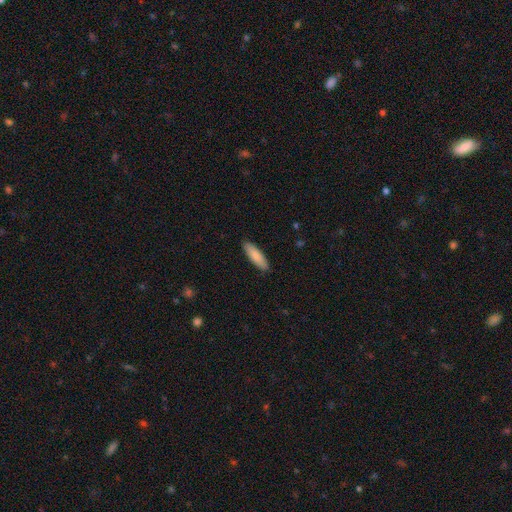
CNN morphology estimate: Q: Smooth or featured?
A: smooth (84%); runner-up: featured or disk (11%)
Q: How rounded?
A: cigar-shaped (53%); runner-up: in between (45%)
Q: Merging?
A: none (90%); runner-up: minor disturbance (8%)